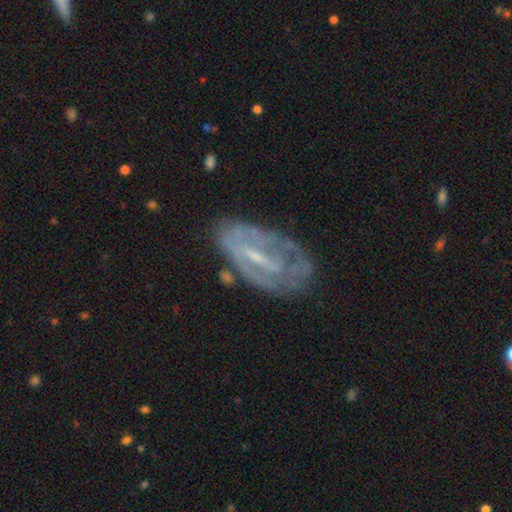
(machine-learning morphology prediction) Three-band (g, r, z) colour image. It shows a featured or disk galaxy (74%) with a weak bar (45%), spiral arms (61%) and a small central bulge (58%). Merging: none (57%).